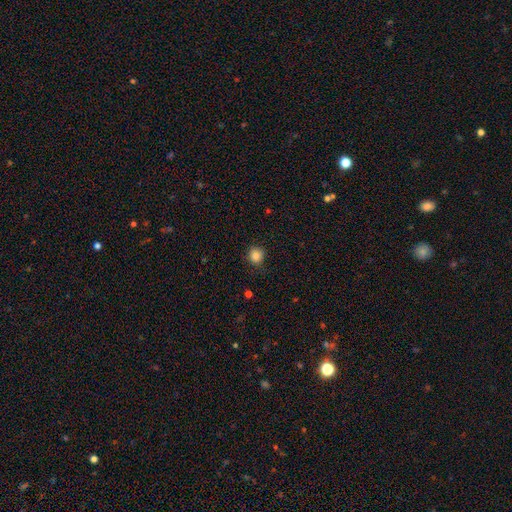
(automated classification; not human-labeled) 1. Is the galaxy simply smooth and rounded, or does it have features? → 85% smooth, 11% star or artifact, 4% featured or disk.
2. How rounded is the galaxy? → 90% round, 9% in between, 1% cigar-shaped.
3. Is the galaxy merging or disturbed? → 88% none, 9% minor disturbance, 2% major disturbance, 1% merger.